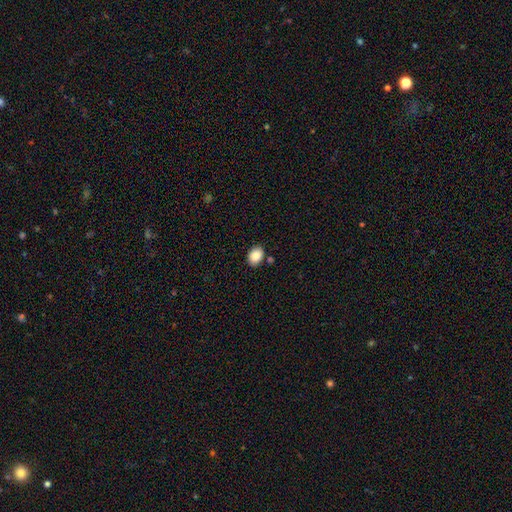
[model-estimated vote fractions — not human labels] Smooth or featured: smooth — 87% (star or artifact — 8%)
How rounded: in between — 72% (round — 27%)
Merging: none — 83% (minor disturbance — 10%)